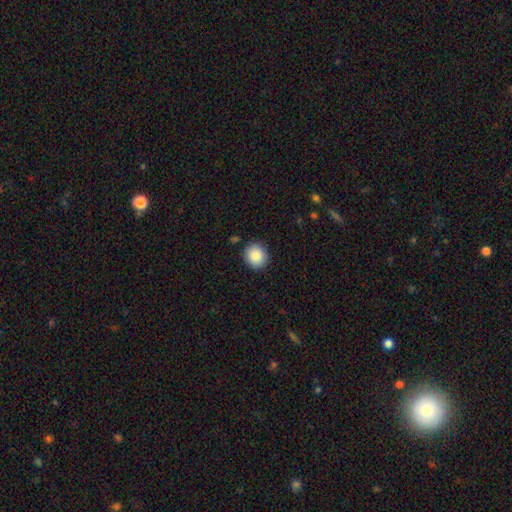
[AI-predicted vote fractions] smooth_or_featured: smooth (p=0.88) [alt: star or artifact p=0.08]
how_rounded: round (p=0.85) [alt: in between p=0.14]
merging: none (p=0.88) [alt: minor disturbance p=0.08]